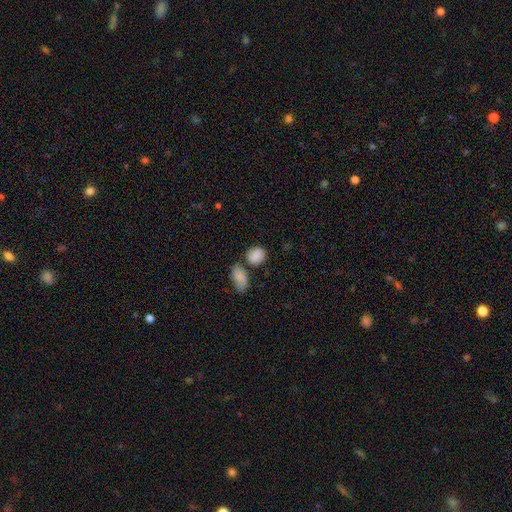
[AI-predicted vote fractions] Q: Smooth or featured?
A: smooth (85%); runner-up: star or artifact (9%)
Q: How rounded?
A: round (53%); runner-up: in between (46%)
Q: Merging?
A: none (63%); runner-up: merger (18%)